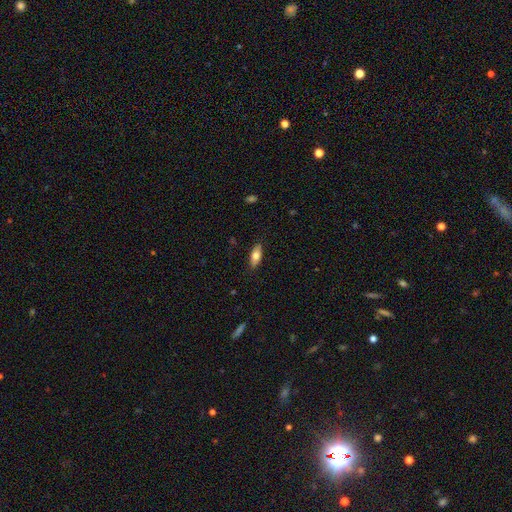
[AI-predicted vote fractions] Morphology: type=smooth (69%); roundness=in between (78%); merging=none (87%).